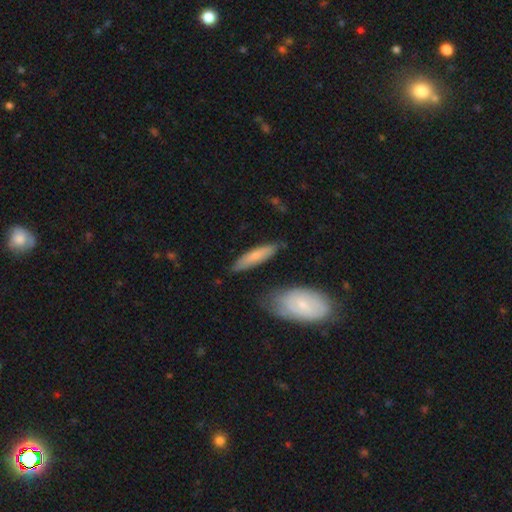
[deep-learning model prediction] Smooth or featured? Predicted: smooth (p=0.68). How rounded? Predicted: cigar-shaped (p=0.71). Merging? Predicted: none (p=0.76).